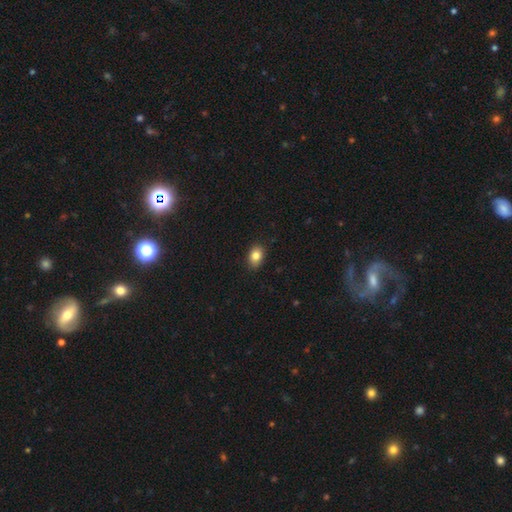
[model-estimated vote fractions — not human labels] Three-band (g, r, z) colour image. It shows a smooth galaxy with no disk features (85%) that is in between round and cigar-shaped (76%). Merging: none (88%).